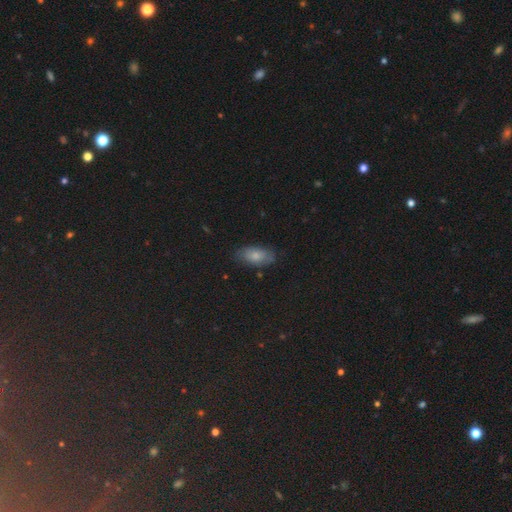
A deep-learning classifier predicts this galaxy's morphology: Overall: smooth (70%). How rounded: in between (91%). Merging: none (75%).